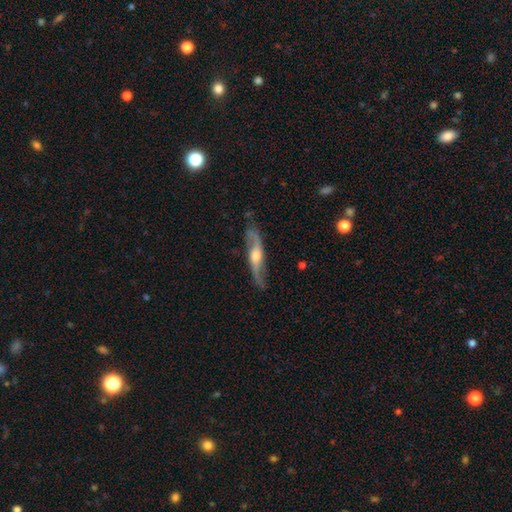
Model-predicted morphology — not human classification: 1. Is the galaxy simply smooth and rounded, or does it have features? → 79% featured or disk, 16% smooth, 5% star or artifact.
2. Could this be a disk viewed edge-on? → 60% no, 40% yes.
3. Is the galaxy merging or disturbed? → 75% none, 18% minor disturbance, 5% major disturbance, 2% merger.